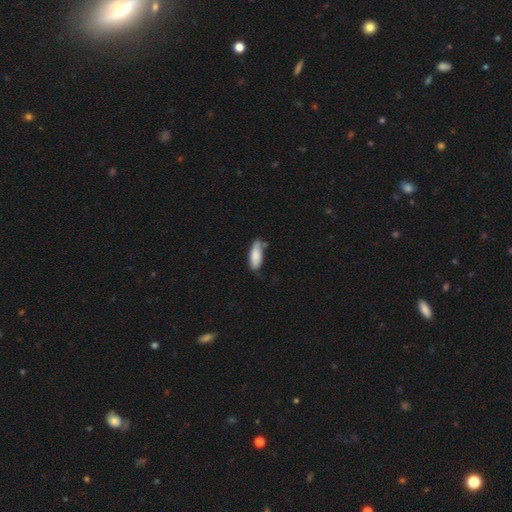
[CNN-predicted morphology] A smooth galaxy with no disk features (83%) that is in between round and cigar-shaped (71%).

Vote fractions:
- Smooth or featured? smooth: 83% / featured or disk: 11% / star or artifact: 6%
- How rounded? in between: 71% / cigar-shaped: 27% / round: 2%
- Merging? none: 59% / minor disturbance: 30% / merger: 6% / major disturbance: 5%